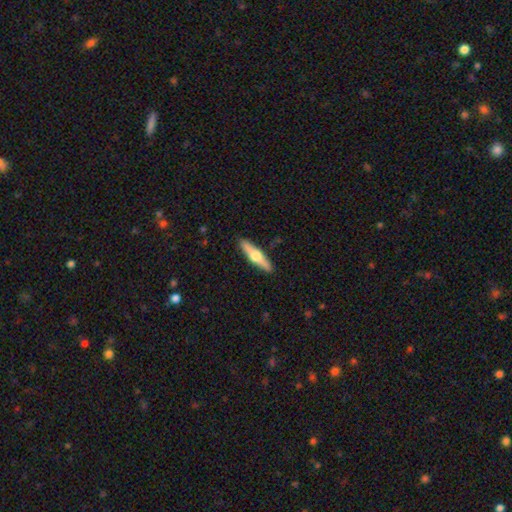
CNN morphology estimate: Smooth or featured?
  - featured or disk: 56% *
  - smooth: 39%
  - star or artifact: 5%
Edge-on disk?
  - yes: 94% *
  - no: 6%
Edge-on bulge?
  - rounded: 95% *
  - boxy: 3%
  - none: 3%
Merging?
  - none: 90% *
  - minor disturbance: 7%
  - major disturbance: 2%
  - merger: 1%